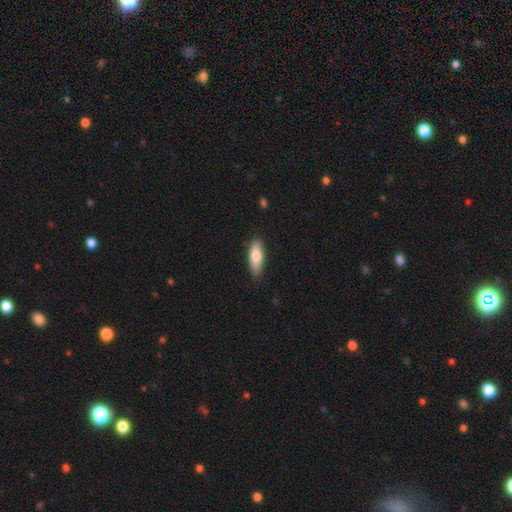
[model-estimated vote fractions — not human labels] The model was most divided on "how rounded": in between: 58%, cigar-shaped: 40%, round: 2%. More confident: merging — none (84%); smooth or featured — smooth (75%).